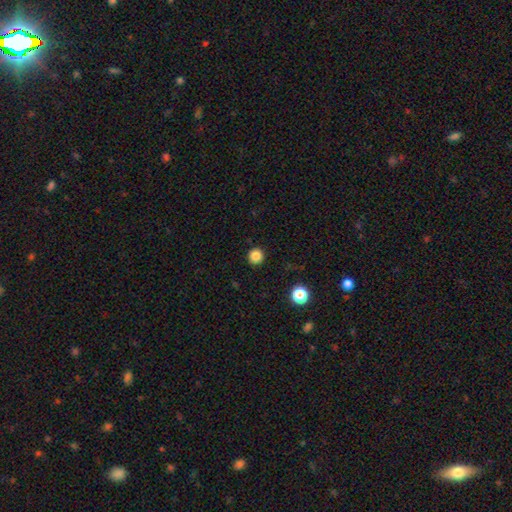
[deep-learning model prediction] smooth_or_featured: smooth (p=0.84) [alt: star or artifact p=0.12]
how_rounded: round (p=0.95) [alt: in between p=0.04]
merging: none (p=0.92) [alt: minor disturbance p=0.05]